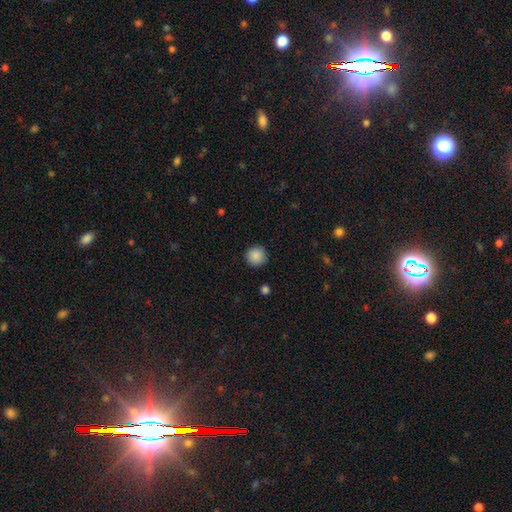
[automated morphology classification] Smooth or featured? smooth (88%)
How rounded? round (94%)
Merging? none (90%)